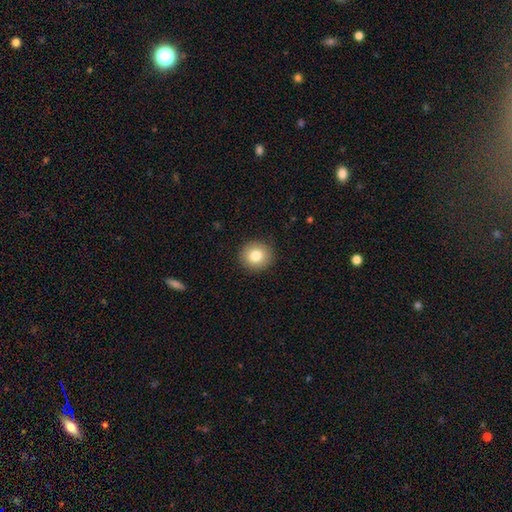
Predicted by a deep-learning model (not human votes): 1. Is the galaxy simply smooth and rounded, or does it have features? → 81% smooth, 10% star or artifact, 9% featured or disk.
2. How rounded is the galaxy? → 90% round, 9% in between, 1% cigar-shaped.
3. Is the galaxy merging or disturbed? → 91% none, 6% minor disturbance, 2% major disturbance, 1% merger.